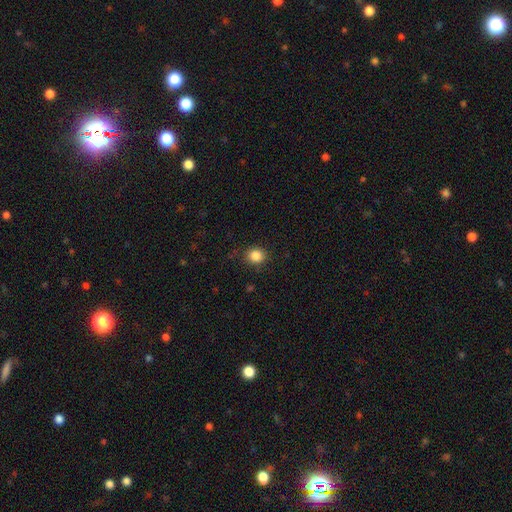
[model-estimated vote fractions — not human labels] This appears to be a smooth galaxy with no disk features (86%) that is round (80%). Merging: none (85%).